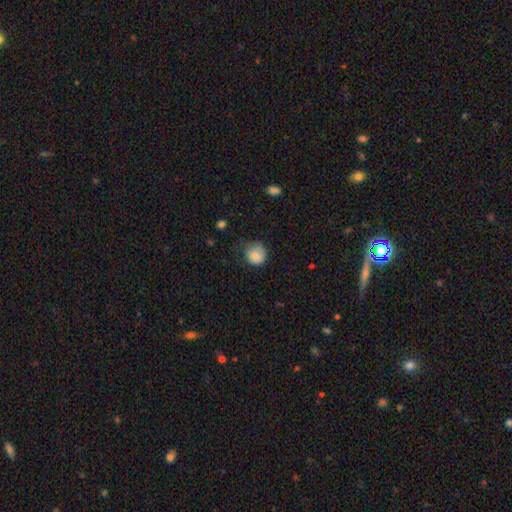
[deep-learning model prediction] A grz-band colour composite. It shows a smooth galaxy with no disk features (83%) that is round (81%). Merging: none (49%).